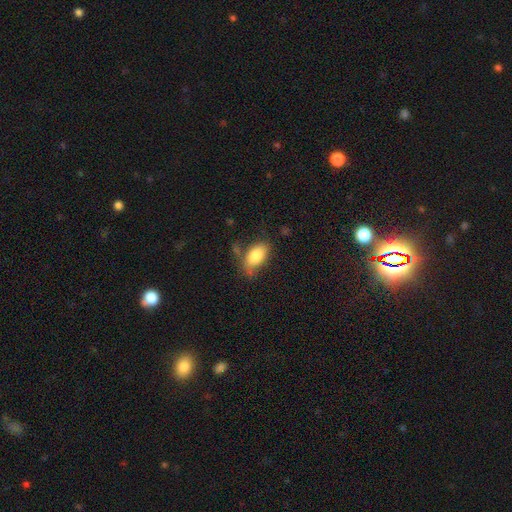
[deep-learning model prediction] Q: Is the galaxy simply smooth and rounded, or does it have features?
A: smooth — 82%.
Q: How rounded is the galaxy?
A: in between — 92%.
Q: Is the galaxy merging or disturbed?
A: none — 56%.